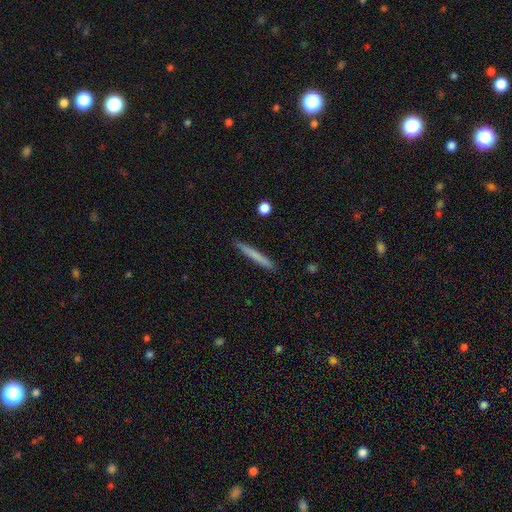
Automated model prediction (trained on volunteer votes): Smooth or featured?
  - smooth: 72% *
  - featured or disk: 22%
  - star or artifact: 6%
How rounded?
  - cigar-shaped: 96% *
  - in between: 2%
  - round: 1%
Merging?
  - none: 90% *
  - minor disturbance: 7%
  - major disturbance: 2%
  - merger: 1%